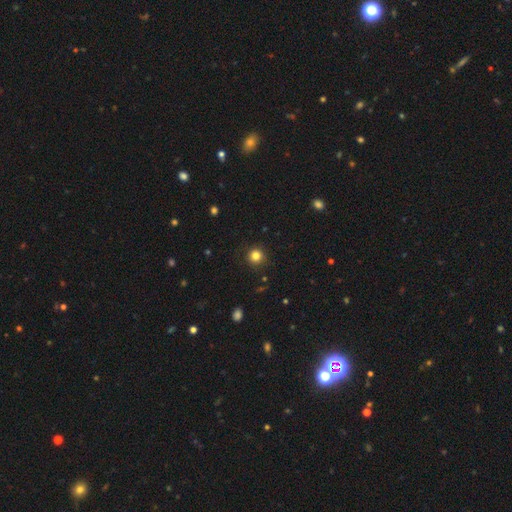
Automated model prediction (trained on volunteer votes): Overall: smooth (82%). How rounded: round (94%). Merging: none (91%).